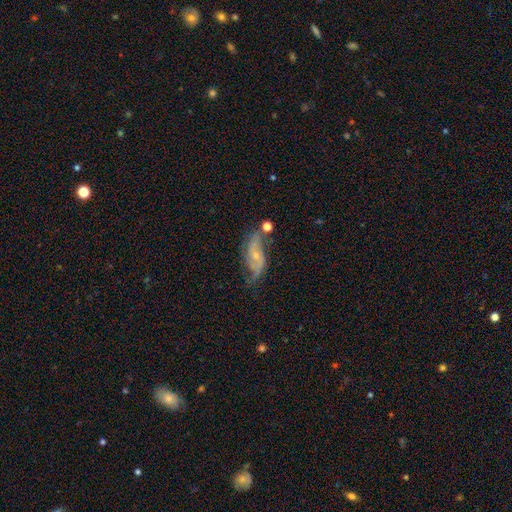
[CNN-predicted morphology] A featured or disk galaxy (76%) with no bar (62%), 2 (81%) loose (51%) spiral arms (90%) and a small central bulge (69%). Merging: none (52%).